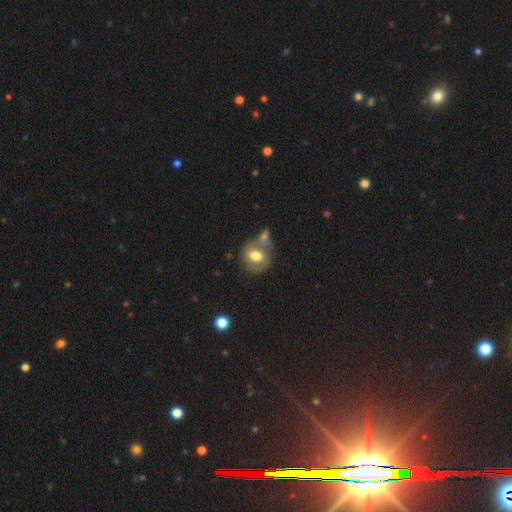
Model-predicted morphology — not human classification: type=smooth (58%); roundness=round (59%); merging=none (48%).